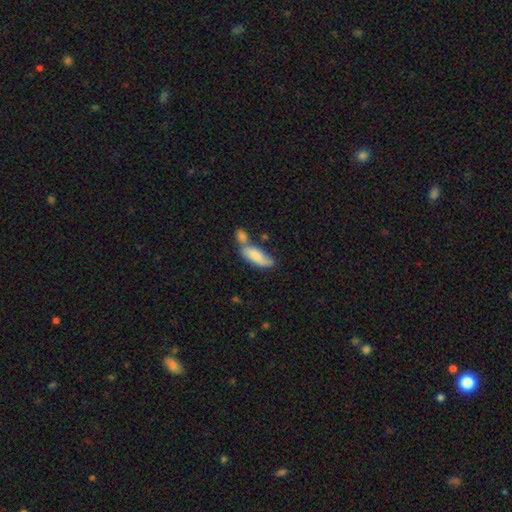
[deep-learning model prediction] This is likely a smooth galaxy (75%). How rounded: likely in between (71%). Merging: possibly merger (47%).